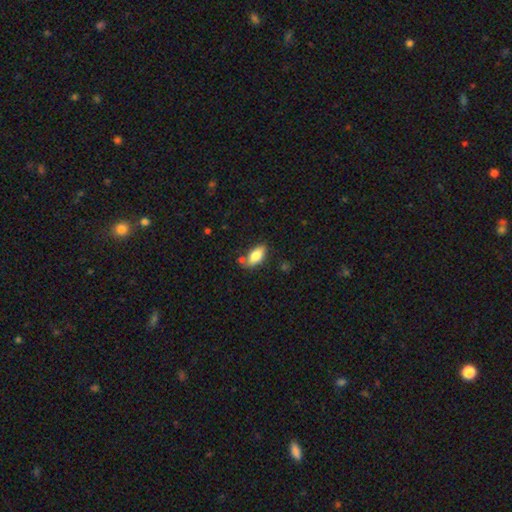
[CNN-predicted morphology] Smooth or featured?
  - smooth: 79% *
  - featured or disk: 14%
  - star or artifact: 7%
How rounded?
  - in between: 87% *
  - cigar-shaped: 10%
  - round: 3%
Merging?
  - none: 70% *
  - minor disturbance: 17%
  - merger: 9%
  - major disturbance: 4%